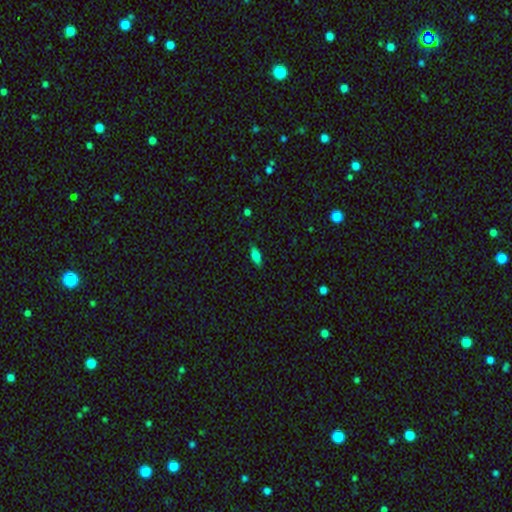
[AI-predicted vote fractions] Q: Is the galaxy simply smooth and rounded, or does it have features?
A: smooth — 77%.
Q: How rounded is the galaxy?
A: in between — 81%.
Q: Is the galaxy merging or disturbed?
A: none — 83%.